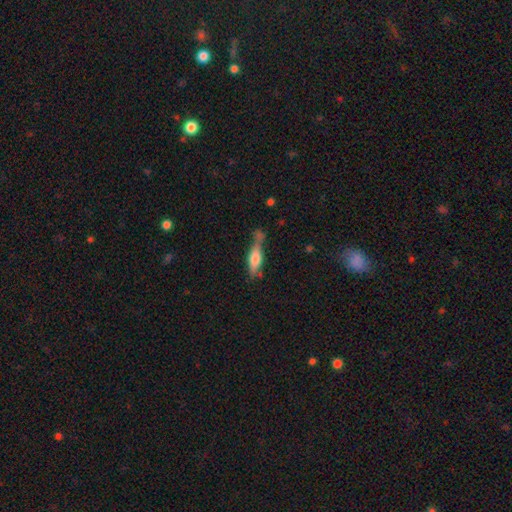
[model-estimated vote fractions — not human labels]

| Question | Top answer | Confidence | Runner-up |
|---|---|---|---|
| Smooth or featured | smooth | 54% | featured or disk (38%) |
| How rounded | cigar-shaped | 63% | in between (34%) |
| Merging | none | 51% | minor disturbance (26%) |